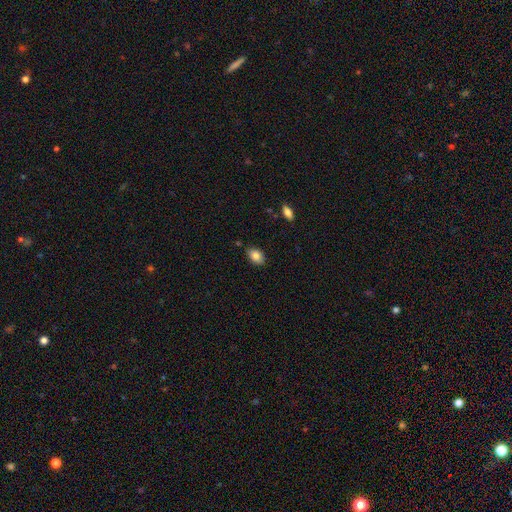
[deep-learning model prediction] This appears to be a smooth galaxy with no disk features (85%) that is in between round and cigar-shaped (85%). Merging: none (84%).